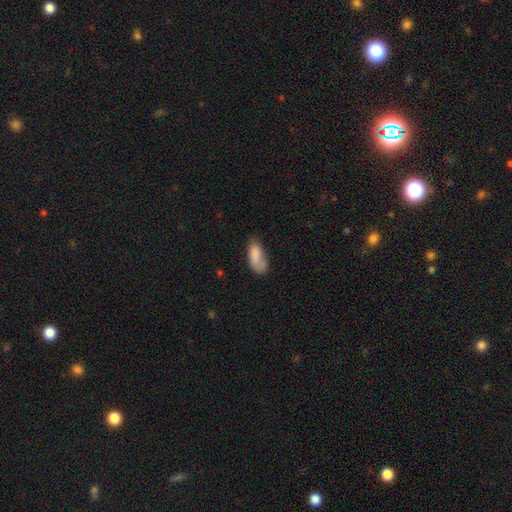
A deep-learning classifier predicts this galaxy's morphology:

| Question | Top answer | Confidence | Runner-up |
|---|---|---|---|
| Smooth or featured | smooth | 81% | featured or disk (12%) |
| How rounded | in between | 87% | cigar-shaped (11%) |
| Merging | none | 48% | minor disturbance (32%) |